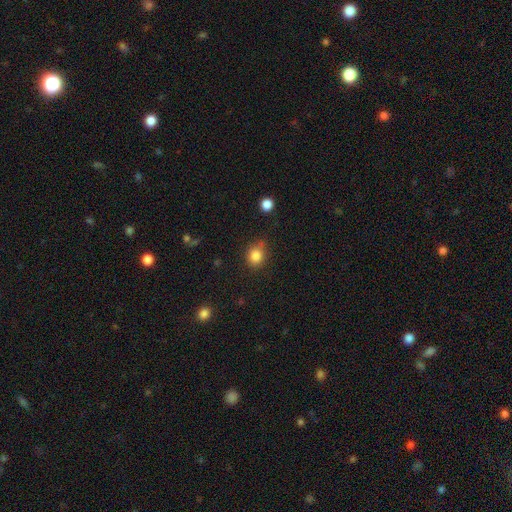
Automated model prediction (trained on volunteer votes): Q: Smooth or featured?
A: smooth (84%); runner-up: star or artifact (11%)
Q: How rounded?
A: round (70%); runner-up: in between (29%)
Q: Merging?
A: none (72%); runner-up: minor disturbance (19%)